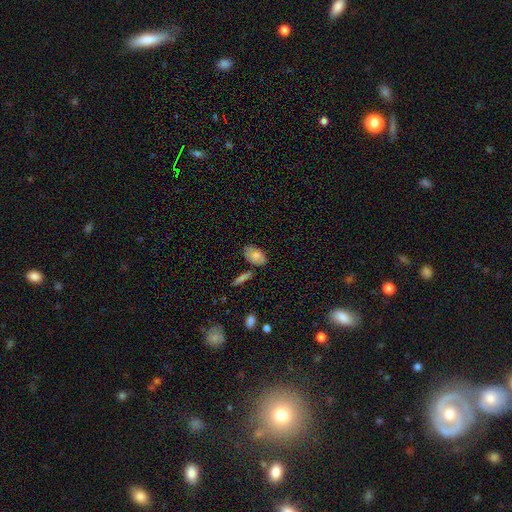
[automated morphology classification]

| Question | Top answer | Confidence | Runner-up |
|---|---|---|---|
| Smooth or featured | smooth | 79% | featured or disk (14%) |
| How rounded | in between | 92% | round (5%) |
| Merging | none | 68% | minor disturbance (20%) |